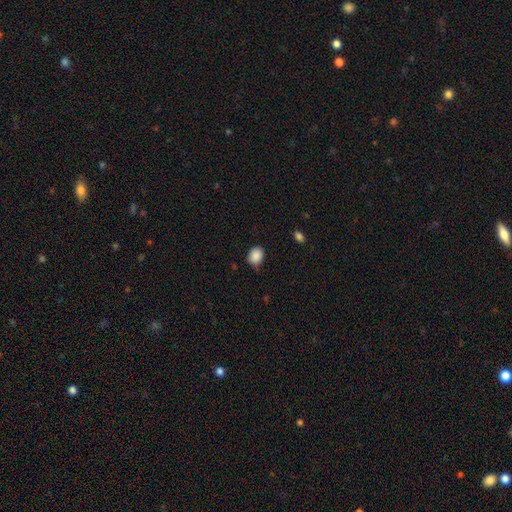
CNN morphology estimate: A smooth galaxy with no disk features (88%) that is round (51%). Merging: none (71%).